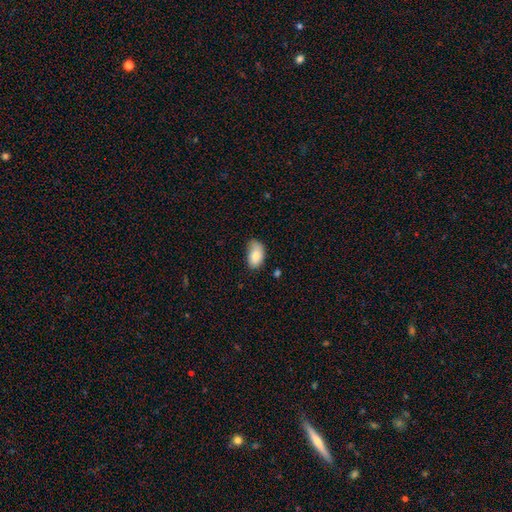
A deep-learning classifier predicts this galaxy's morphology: type=smooth (82%); roundness=in between (91%); merging=none (55%).